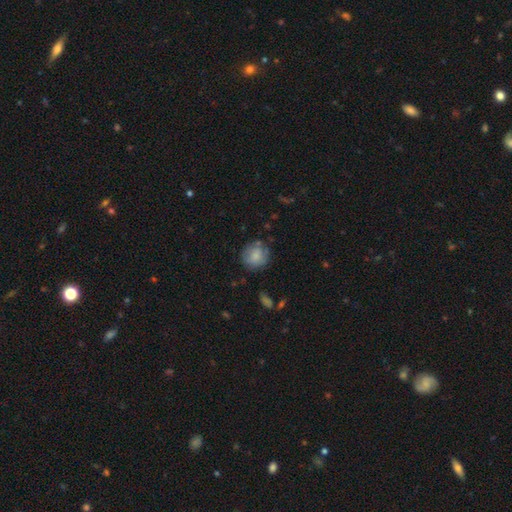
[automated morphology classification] smooth_or_featured: smooth (p=0.81) [alt: featured or disk p=0.12]
how_rounded: round (p=0.88) [alt: in between p=0.11]
merging: none (p=0.76) [alt: minor disturbance p=0.17]